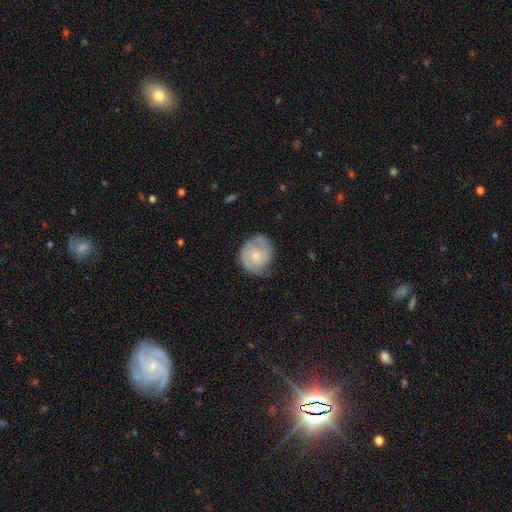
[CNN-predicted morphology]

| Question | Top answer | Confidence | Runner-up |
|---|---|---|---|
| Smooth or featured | featured or disk | 72% | smooth (22%) |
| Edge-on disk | no | 98% | yes (2%) |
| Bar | no | 66% | weak (30%) |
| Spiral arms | yes | 93% | no (7%) |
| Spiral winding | tight | 51% | medium (39%) |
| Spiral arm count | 2 | 68% | can't tell (13%) |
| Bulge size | small | 60% | moderate (30%) |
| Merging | none | 72% | minor disturbance (20%) |